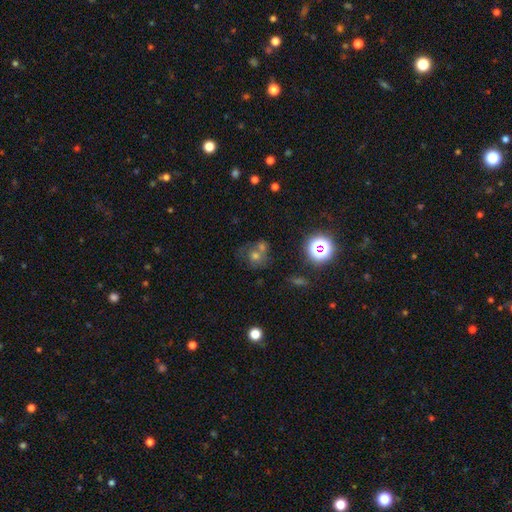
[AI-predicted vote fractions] Smooth or featured?
  - smooth: 49% *
  - star or artifact: 29%
  - featured or disk: 22%
Merging?
  - merger: 42% *
  - none: 41%
  - minor disturbance: 10%
  - major disturbance: 6%